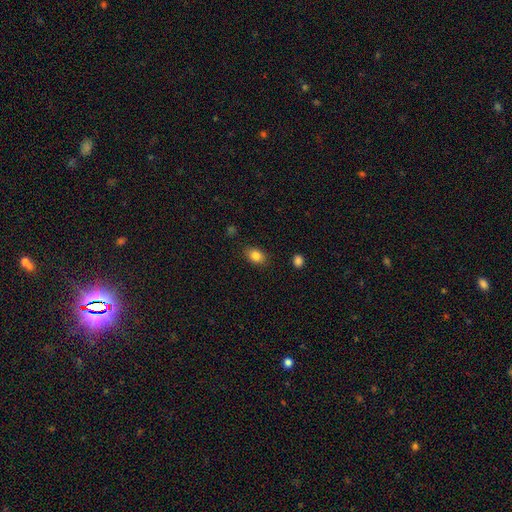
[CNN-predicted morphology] This is clearly a smooth galaxy (84%). How rounded: clearly in between (81%). Merging: clearly none (85%).